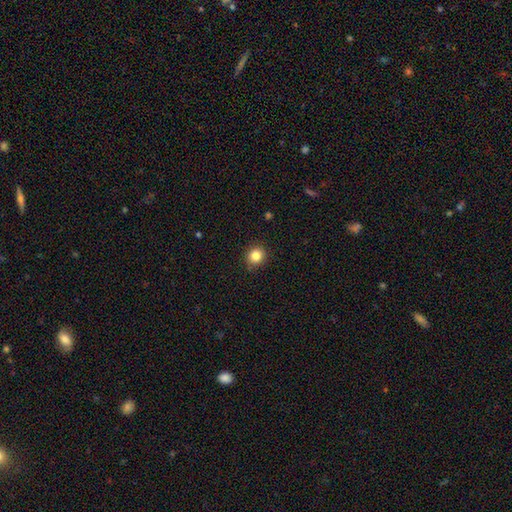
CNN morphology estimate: smooth-or-featured: smooth: 84% | star or artifact: 11% | featured or disk: 5%
  how-rounded: round: 88% | in between: 11% | cigar-shaped: 1%
  merging: none: 91% | minor disturbance: 7% | major disturbance: 2% | merger: 1%